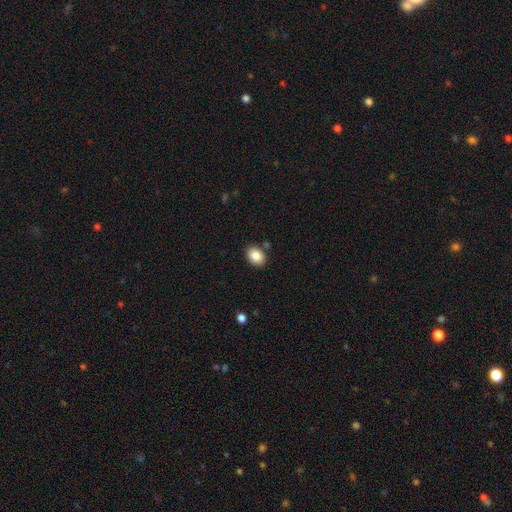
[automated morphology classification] Smooth or featured? Predicted: smooth (p=0.87). How rounded? Predicted: in between (p=0.64). Merging? Predicted: none (p=0.83).